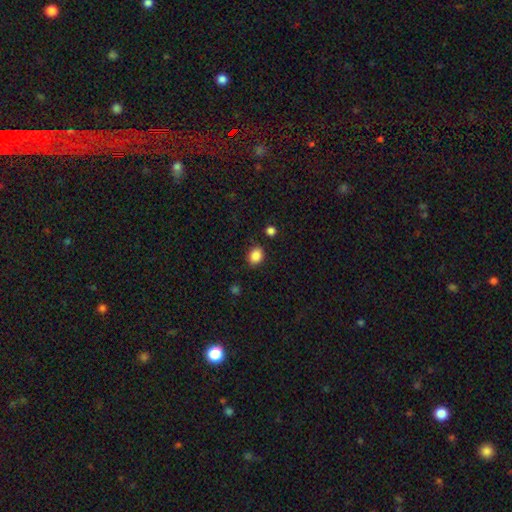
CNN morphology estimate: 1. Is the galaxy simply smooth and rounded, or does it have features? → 87% smooth, 10% star or artifact, 4% featured or disk.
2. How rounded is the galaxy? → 50% in between, 49% round, 1% cigar-shaped.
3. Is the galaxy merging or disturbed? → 83% none, 11% minor disturbance, 3% major disturbance, 3% merger.